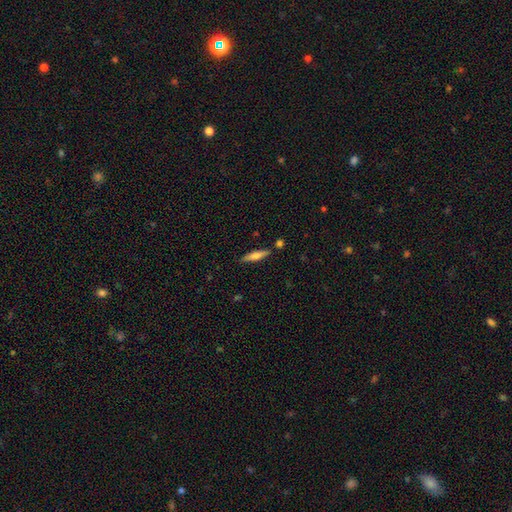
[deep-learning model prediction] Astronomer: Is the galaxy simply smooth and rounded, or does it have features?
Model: smooth — 55% (runner-up: featured or disk, 38%).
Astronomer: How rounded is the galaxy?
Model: cigar-shaped — 82%.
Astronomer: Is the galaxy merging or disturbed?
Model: none — 82%.